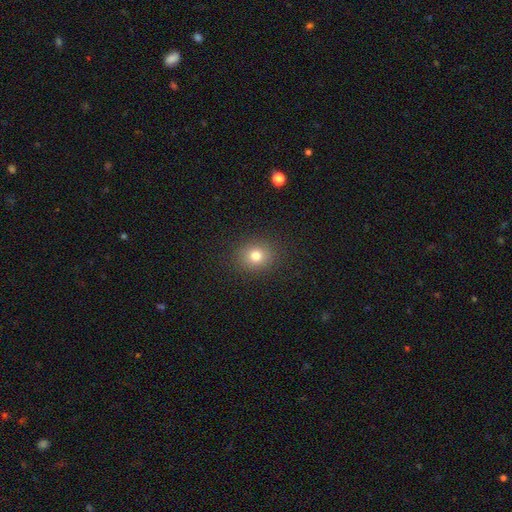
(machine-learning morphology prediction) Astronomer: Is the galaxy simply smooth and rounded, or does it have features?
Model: smooth — 77%.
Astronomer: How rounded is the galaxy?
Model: round — 76%.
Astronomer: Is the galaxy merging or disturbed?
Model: none — 89%.